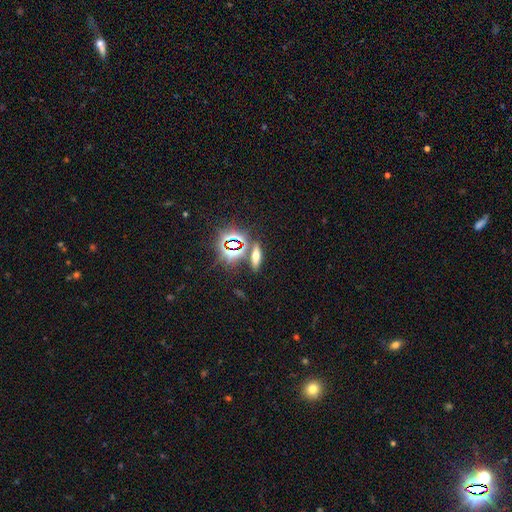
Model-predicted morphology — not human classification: smooth-or-featured: smooth: 42% | star or artifact: 35% | featured or disk: 24%
  merging: none: 79% | minor disturbance: 9% | merger: 8% | major disturbance: 4%